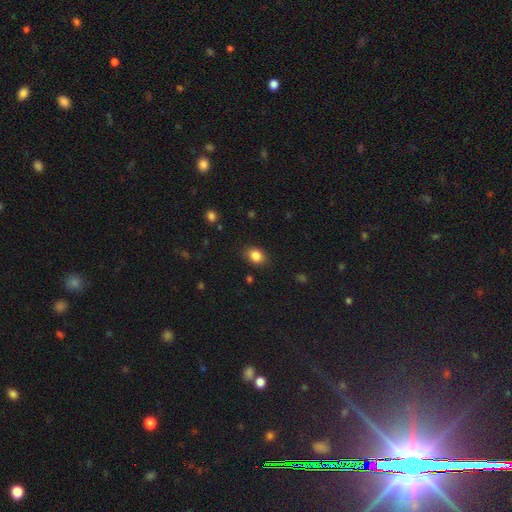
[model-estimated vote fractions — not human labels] Morphology: type=smooth (86%); roundness=in between (59%); merging=none (84%).